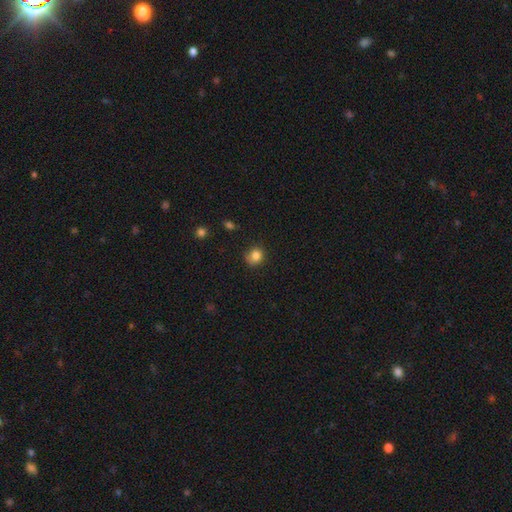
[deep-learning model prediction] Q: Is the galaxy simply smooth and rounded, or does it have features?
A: smooth — 81%.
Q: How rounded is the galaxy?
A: round — 78%.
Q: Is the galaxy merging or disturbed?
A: none — 64%.